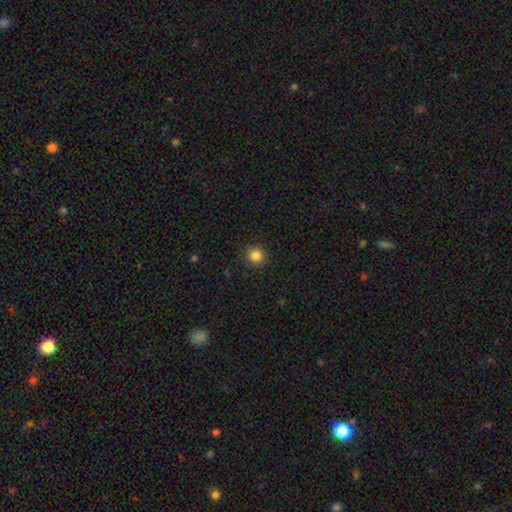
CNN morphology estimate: A smooth galaxy with no disk features (84%) that is round (92%).

Vote fractions:
- Smooth or featured? smooth: 84% / star or artifact: 12% / featured or disk: 4%
- How rounded? round: 92% / in between: 7% / cigar-shaped: 1%
- Merging? none: 91% / minor disturbance: 6% / major disturbance: 2% / merger: 1%